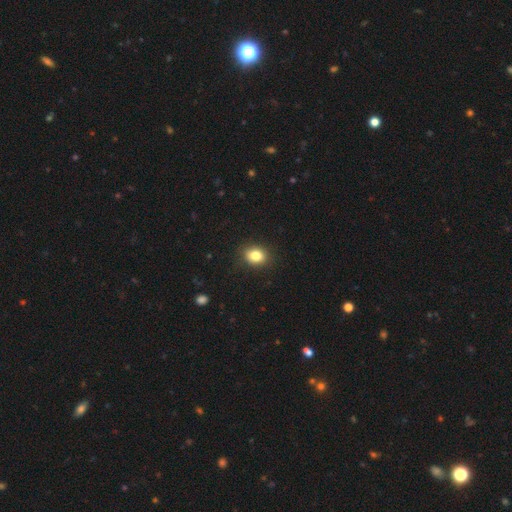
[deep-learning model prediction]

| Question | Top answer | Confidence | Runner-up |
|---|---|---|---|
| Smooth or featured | smooth | 82% | star or artifact (10%) |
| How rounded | in between | 51% | round (48%) |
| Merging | none | 88% | minor disturbance (9%) |